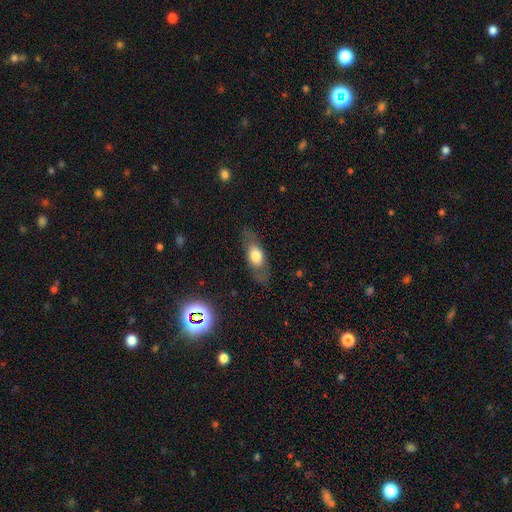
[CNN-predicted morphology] The model was most divided on "smooth or featured": smooth: 57%, featured or disk: 35%, star or artifact: 8%. More confident: merging — none (79%); how rounded — in between (70%).